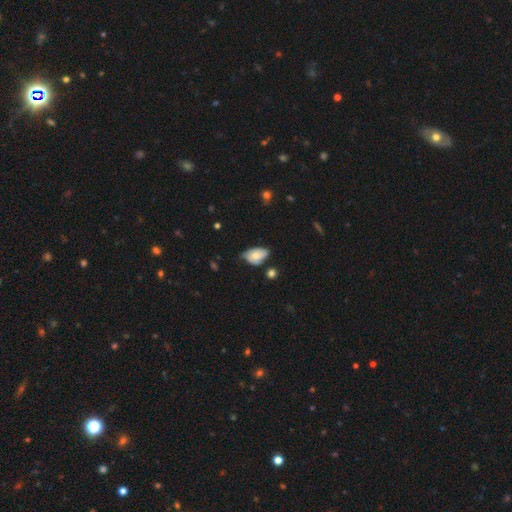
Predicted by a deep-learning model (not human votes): Overall: smooth (62%; featured or disk 31%). How rounded: in between (86%). Merging: minor disturbance (47%; none 37%).